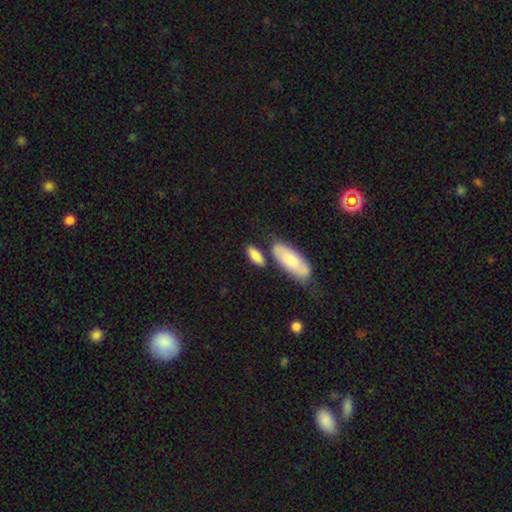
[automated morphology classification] This is clearly a smooth galaxy (84%). How rounded: likely in between (75%). Merging: likely none (66%).